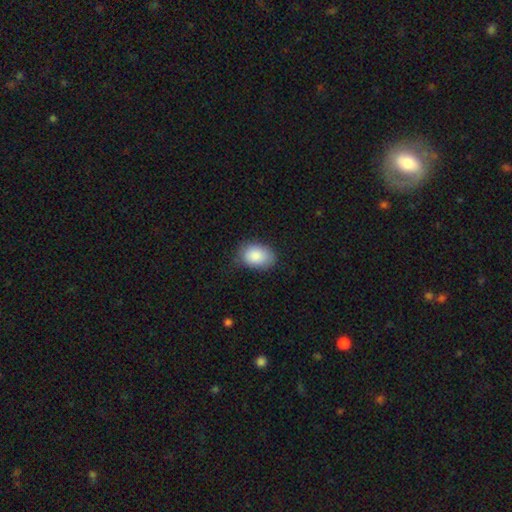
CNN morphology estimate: smooth_or_featured: smooth (p=0.87) [alt: star or artifact p=0.07]
how_rounded: in between (p=0.81) [alt: round p=0.18]
merging: none (p=0.70) [alt: minor disturbance p=0.23]